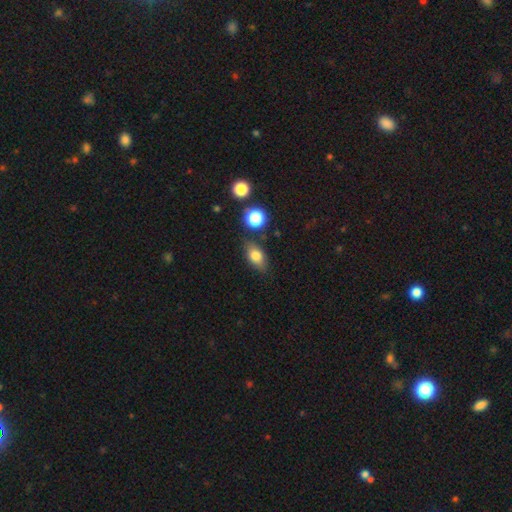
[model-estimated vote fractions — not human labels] Smooth or featured? Predicted: smooth (p=0.74). How rounded? Predicted: in between (p=0.79). Merging? Predicted: none (p=0.78).